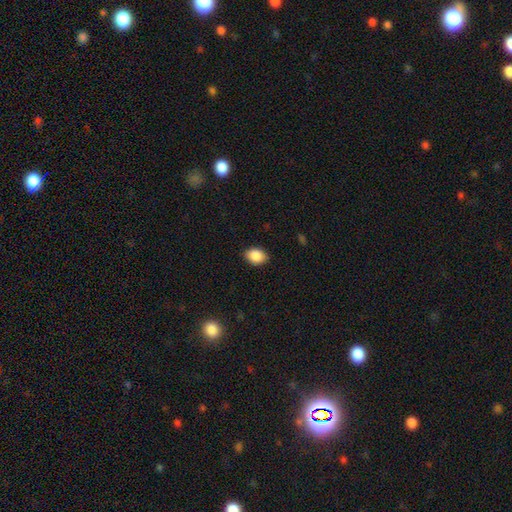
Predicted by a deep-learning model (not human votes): This appears to be a smooth galaxy with no disk features (89%) that is in between round and cigar-shaped (74%). Merging: none (87%).